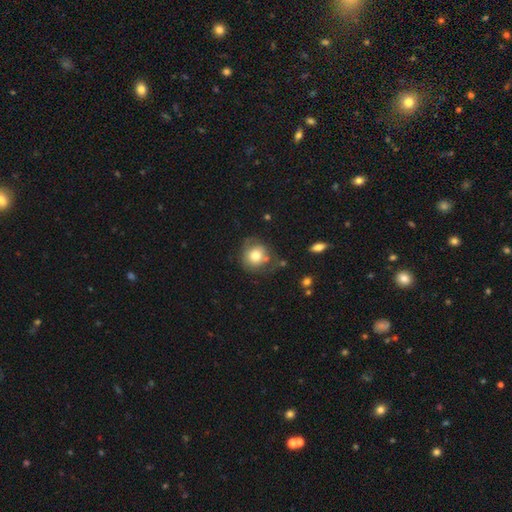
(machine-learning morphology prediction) Overall: smooth (72%). How rounded: round (83%). Merging: none (55%; minor disturbance 26%).